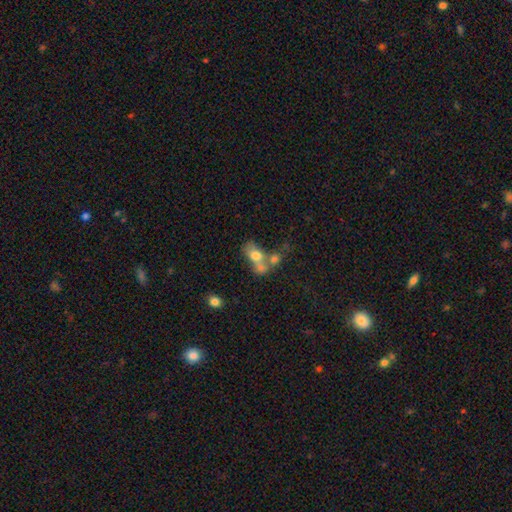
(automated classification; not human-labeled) Overall: smooth (65%). How rounded: in between (69%). Merging: merger (63%).